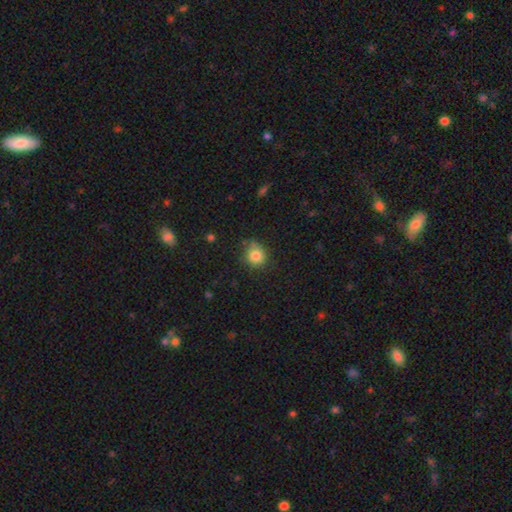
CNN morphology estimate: A smooth galaxy with no disk features (82%) that is round (81%).

Vote fractions:
- Smooth or featured? smooth: 82% / star or artifact: 11% / featured or disk: 7%
- How rounded? round: 81% / in between: 18% / cigar-shaped: 1%
- Merging? none: 73% / minor disturbance: 19% / major disturbance: 4% / merger: 4%